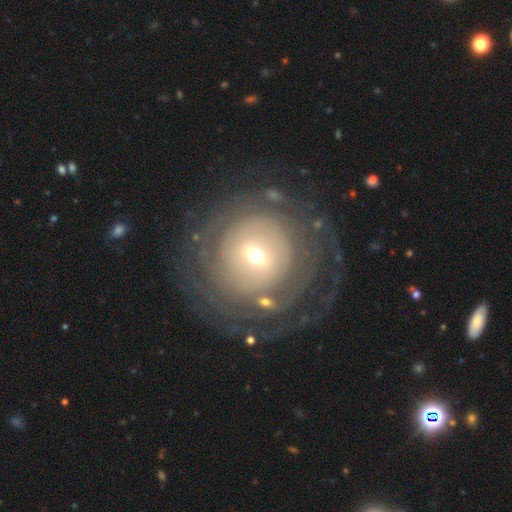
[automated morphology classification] Smooth or featured: featured or disk — 68% (smooth — 24%)
Edge-on disk: no — 96% (yes — 4%)
Bar: no — 57% (weak — 32%)
Spiral arms: yes — 69% (no — 31%)
Bulge size: small — 49% (moderate — 43%)
Merging: none — 75% (minor disturbance — 12%)